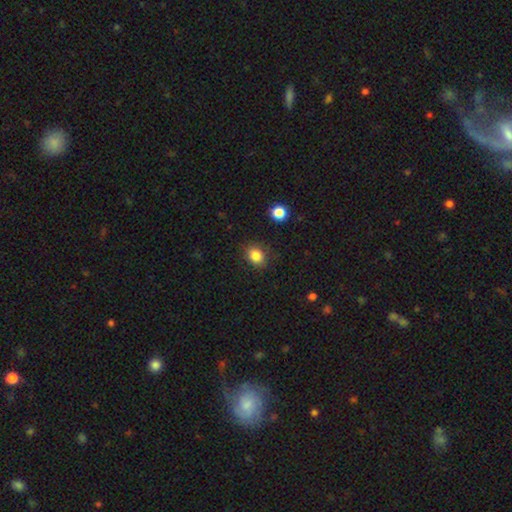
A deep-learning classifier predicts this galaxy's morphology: This appears to be a smooth galaxy with no disk features (84%) that is round (56%). Merging: none (85%).